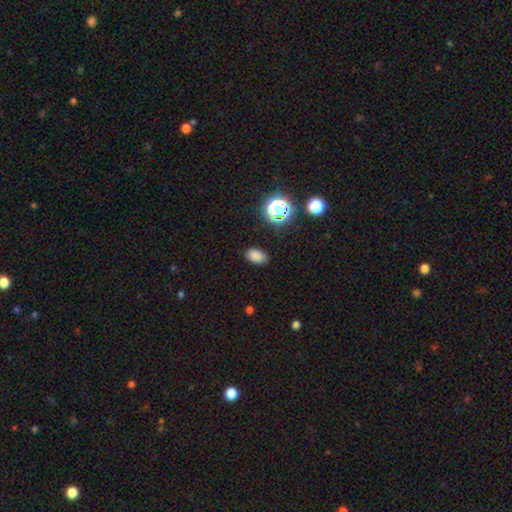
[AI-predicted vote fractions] A smooth galaxy with no disk features (80%) that is in between round and cigar-shaped (87%).

Vote fractions:
- Smooth or featured? smooth: 80% / star or artifact: 15% / featured or disk: 5%
- How rounded? in between: 87% / round: 12% / cigar-shaped: 1%
- Merging? none: 85% / minor disturbance: 11% / major disturbance: 3% / merger: 1%